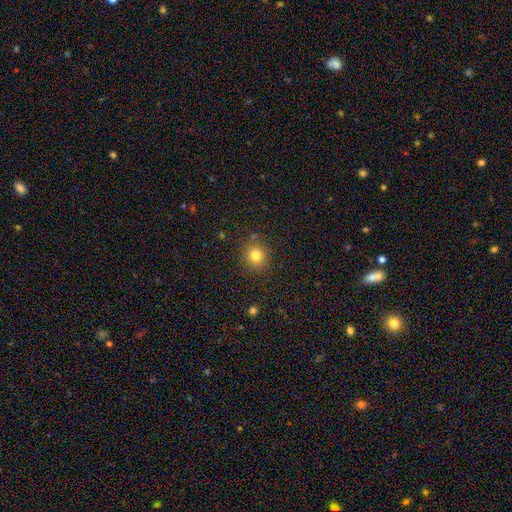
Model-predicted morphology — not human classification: A smooth galaxy with no disk features (81%) that is round (91%). Merging: none (88%).